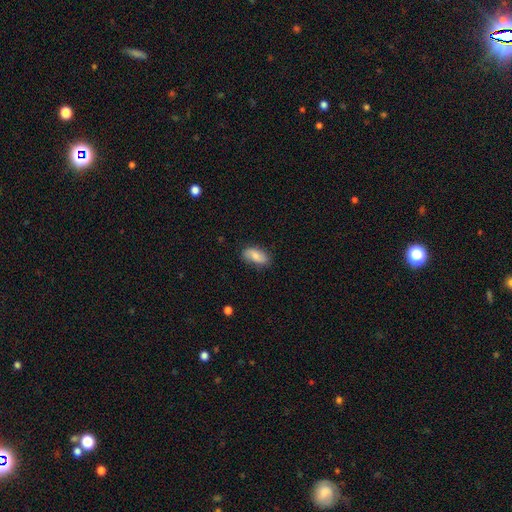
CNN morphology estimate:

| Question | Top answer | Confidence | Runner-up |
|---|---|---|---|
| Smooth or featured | smooth | 79% | featured or disk (14%) |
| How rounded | in between | 90% | cigar-shaped (7%) |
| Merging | none | 76% | minor disturbance (19%) |